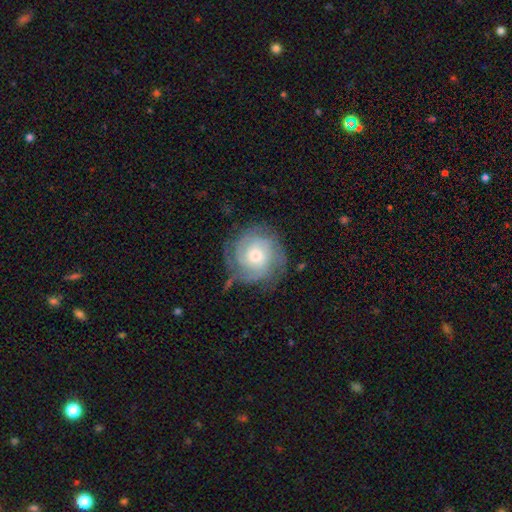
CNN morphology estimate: Overall: featured or disk (79%). Edge-on disk: no (98%). Bar: no (74%). Spiral arms: yes (94%). Spiral arm count: can't tell (32%; 3 26%). Spiral winding: tight (71%). Bulge size: moderate (59%; small 33%). Merging: none (75%).